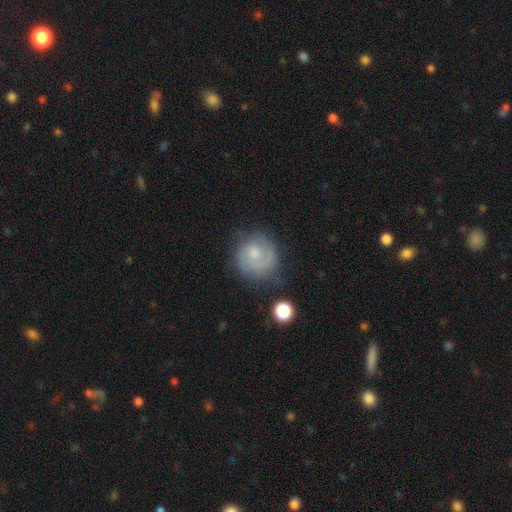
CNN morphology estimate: type=featured or disk (56%); edge-on=no (98%); bar=no (71%); spiral arms=yes (84%); bulge=small (41%); merging=none (61%).